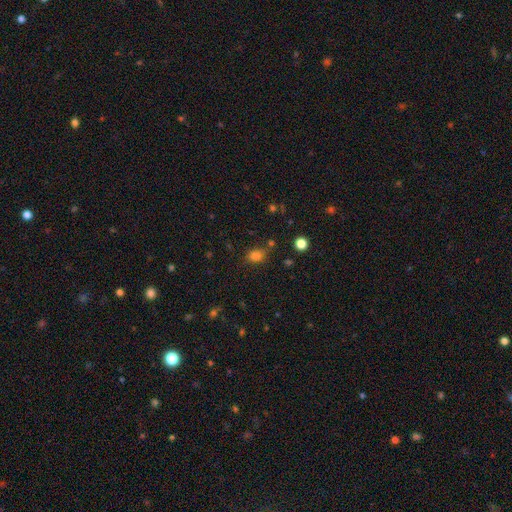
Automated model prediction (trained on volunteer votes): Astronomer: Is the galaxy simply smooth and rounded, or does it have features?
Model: smooth — 79%.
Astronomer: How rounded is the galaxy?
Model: in between — 58% (runner-up: round, 41%).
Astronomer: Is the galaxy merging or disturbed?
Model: none — 74%.